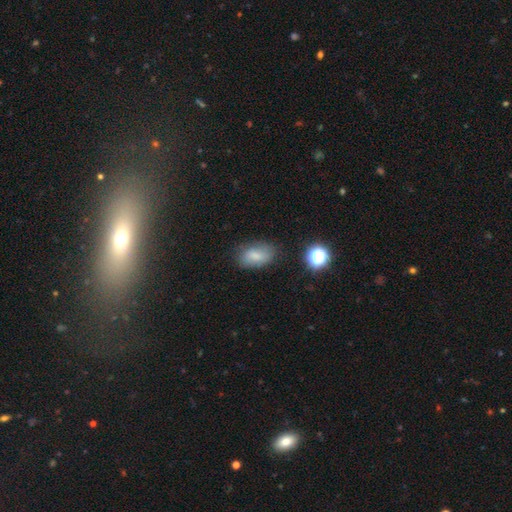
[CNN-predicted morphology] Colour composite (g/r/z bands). It shows a smooth galaxy with no disk features (78%) that is in between round and cigar-shaped (90%). Merging: none (74%).